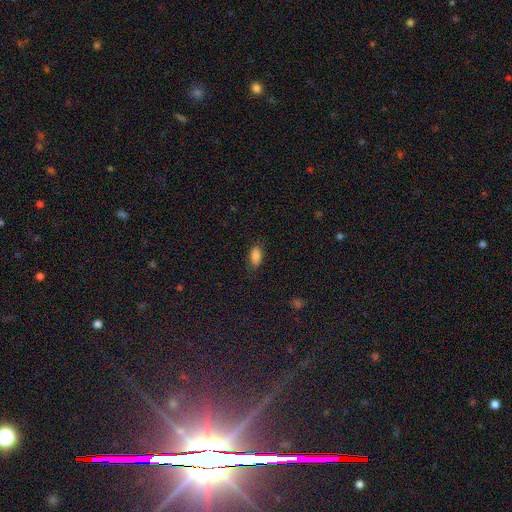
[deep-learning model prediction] A smooth galaxy with no disk features (86%) that is in between round and cigar-shaped (90%). Merging: none (82%).